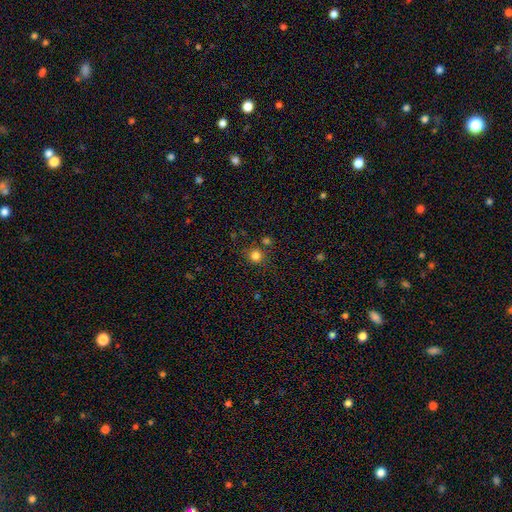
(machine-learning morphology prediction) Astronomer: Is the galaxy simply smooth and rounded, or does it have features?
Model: smooth — 80%.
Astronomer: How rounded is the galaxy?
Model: round — 92%.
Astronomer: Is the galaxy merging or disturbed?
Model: none — 78%.